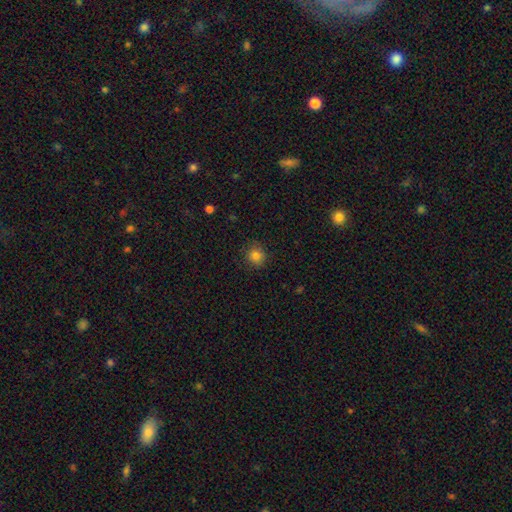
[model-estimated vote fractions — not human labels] Morphology: type=smooth (82%); roundness=round (89%); merging=none (87%).